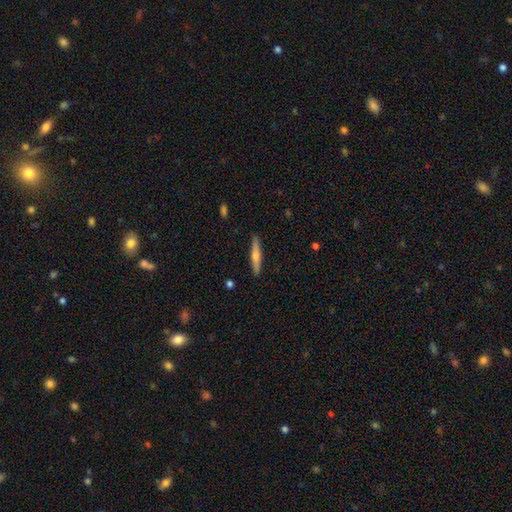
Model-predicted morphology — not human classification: Smooth or featured? smooth (51%)
How rounded? cigar-shaped (91%)
Merging? none (90%)